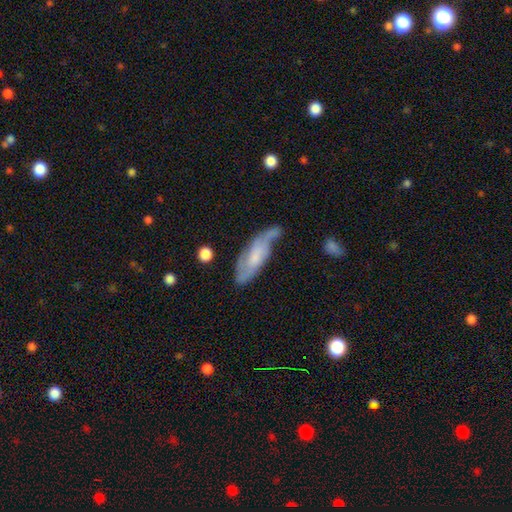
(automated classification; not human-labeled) A featured or disk galaxy (61%).

Vote fractions:
- Smooth or featured? featured or disk: 61% / smooth: 32% / star or artifact: 7%
- Edge-on disk? no: 81% / yes: 19%
- Merging? none: 55% / minor disturbance: 28% / major disturbance: 12% / merger: 5%